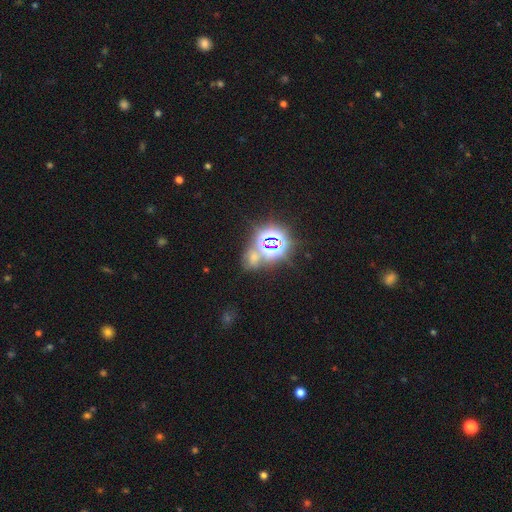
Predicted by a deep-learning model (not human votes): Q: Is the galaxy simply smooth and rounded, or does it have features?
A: star or artifact — 63%.